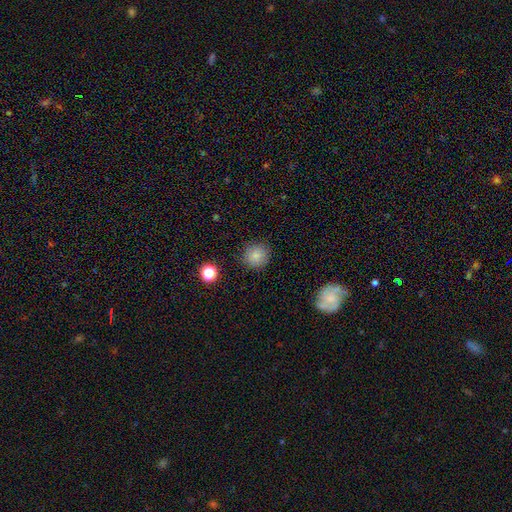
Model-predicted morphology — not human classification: smooth 84%, star or artifact 11%, featured or disk 5%. Down the decision tree: how rounded — round (92%); merging — none (87%).